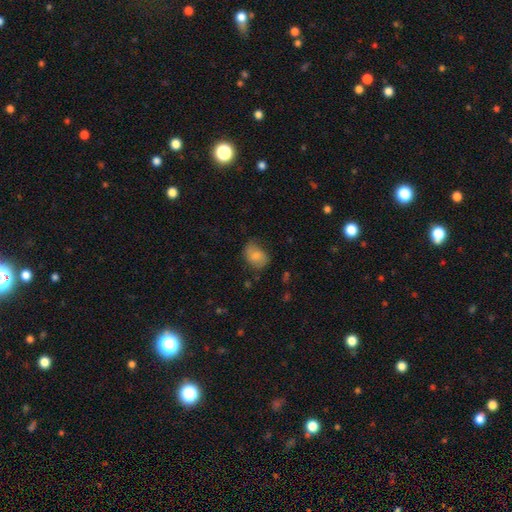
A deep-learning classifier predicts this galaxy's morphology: smooth 69%, featured or disk 23%, star or artifact 9%. Down the decision tree: how rounded — in between (66%); merging — none (57%).